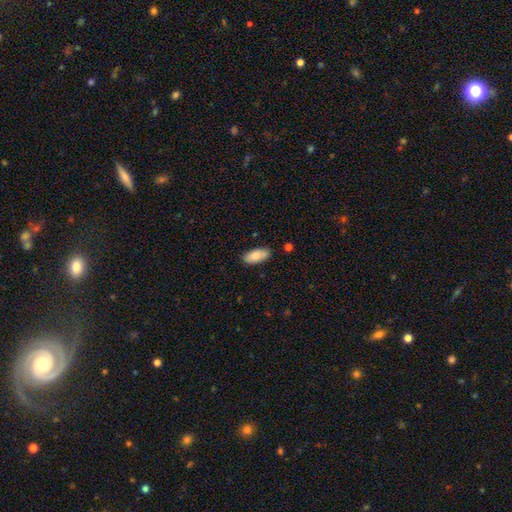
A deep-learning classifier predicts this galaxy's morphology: type=smooth (86%); roundness=in between (87%); merging=none (84%).